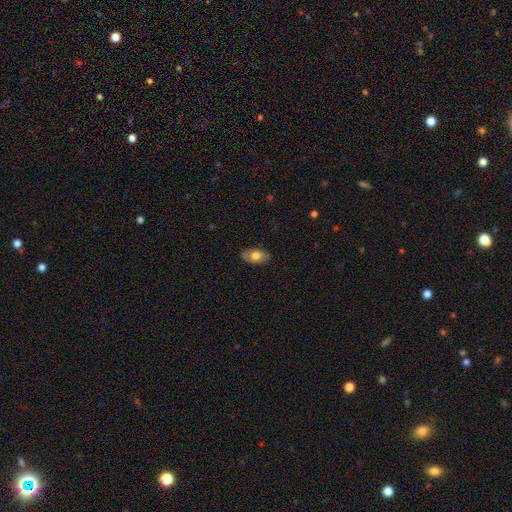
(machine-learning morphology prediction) A smooth galaxy with no disk features (68%) that is in between round and cigar-shaped (92%). Merging: none (85%).